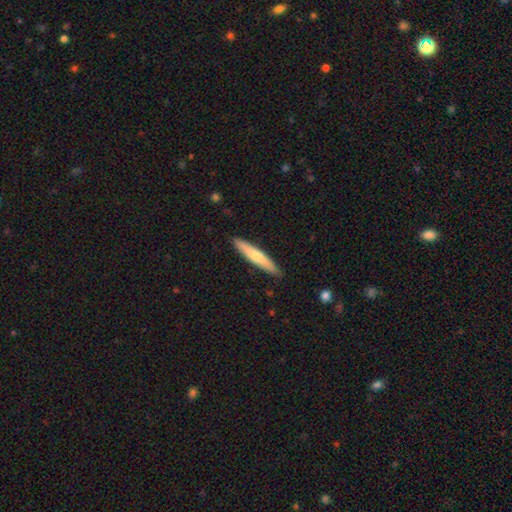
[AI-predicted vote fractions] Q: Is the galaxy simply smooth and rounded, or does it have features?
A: smooth — 62%.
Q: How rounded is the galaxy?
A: cigar-shaped — 90%.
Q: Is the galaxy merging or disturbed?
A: none — 89%.